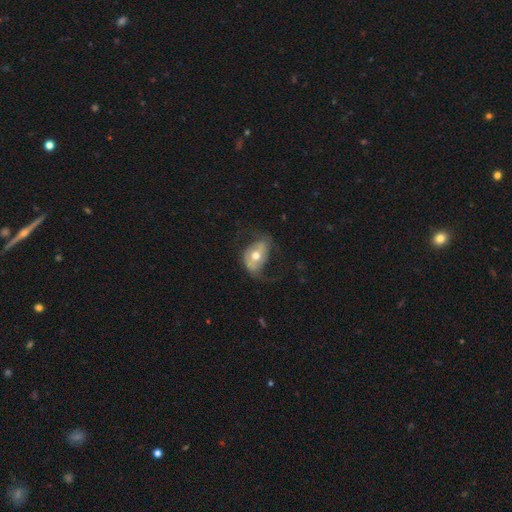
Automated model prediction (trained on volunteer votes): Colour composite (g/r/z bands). It shows a featured or disk galaxy (60%) with no bar (57%), spiral arms (63%) and a moderate central bulge (77%). Merging: none (44%).